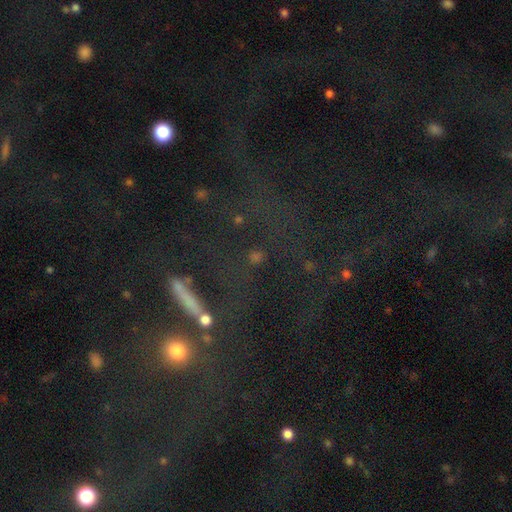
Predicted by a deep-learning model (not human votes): Smooth or featured: star or artifact — 63% (smooth — 19%)